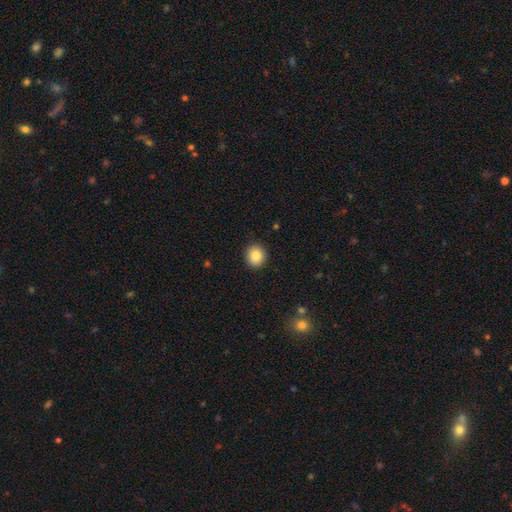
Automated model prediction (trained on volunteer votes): Q: Smooth or featured?
A: smooth (84%); runner-up: star or artifact (9%)
Q: How rounded?
A: round (81%); runner-up: in between (18%)
Q: Merging?
A: none (91%); runner-up: minor disturbance (6%)